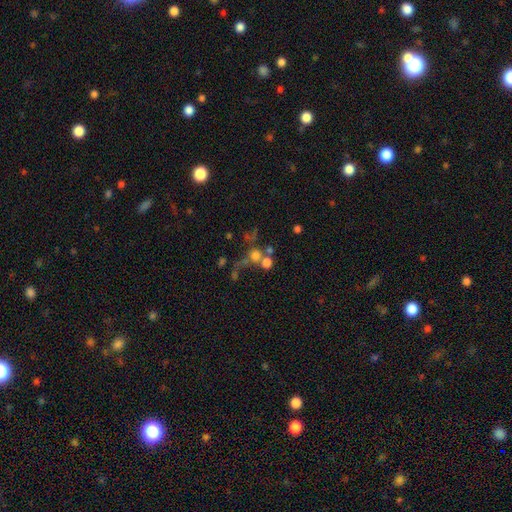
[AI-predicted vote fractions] Smooth or featured?
  - smooth: 61% *
  - star or artifact: 20%
  - featured or disk: 19%
How rounded?
  - round: 88% *
  - in between: 11%
  - cigar-shaped: 1%
Merging?
  - merger: 42% *
  - none: 39%
  - major disturbance: 12%
  - minor disturbance: 8%